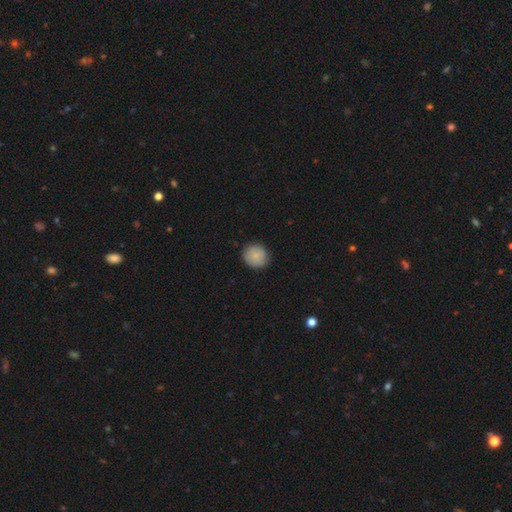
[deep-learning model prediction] Smooth or featured? smooth (83%)
How rounded? round (89%)
Merging? none (85%)